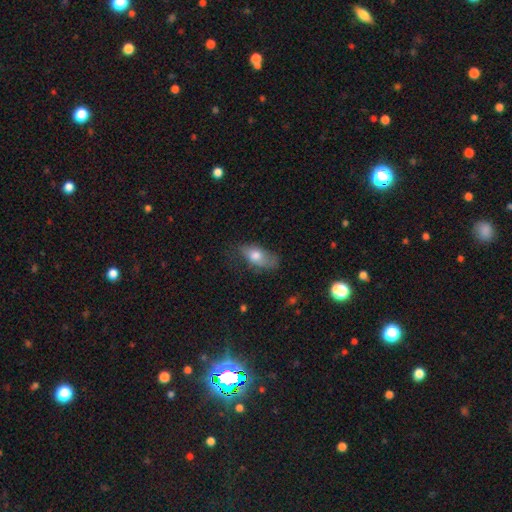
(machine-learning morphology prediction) Overall: smooth (70%). How rounded: in between (86%). Merging: none (54%; minor disturbance 30%).